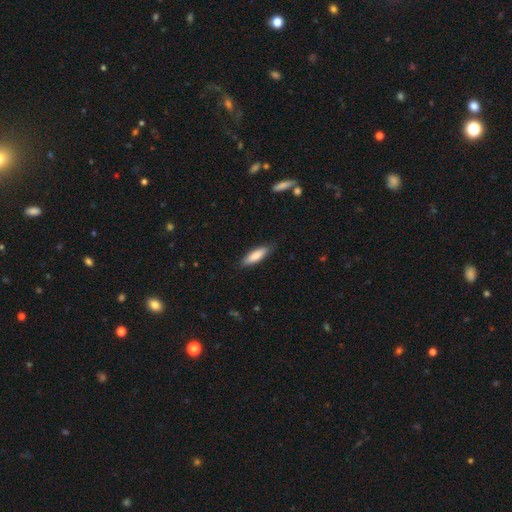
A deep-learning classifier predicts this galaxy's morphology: smooth 82%, featured or disk 12%, star or artifact 5%. Down the decision tree: how rounded — cigar-shaped (52%); merging — none (82%).